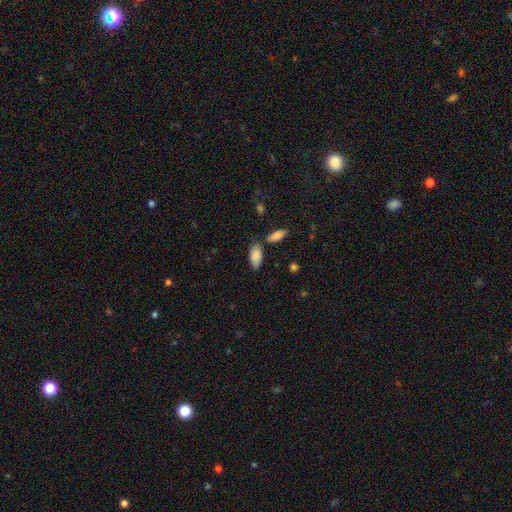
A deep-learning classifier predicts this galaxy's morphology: Q: Smooth or featured?
A: smooth (88%); runner-up: featured or disk (6%)
Q: How rounded?
A: in between (92%); runner-up: cigar-shaped (6%)
Q: Merging?
A: none (69%); runner-up: minor disturbance (17%)